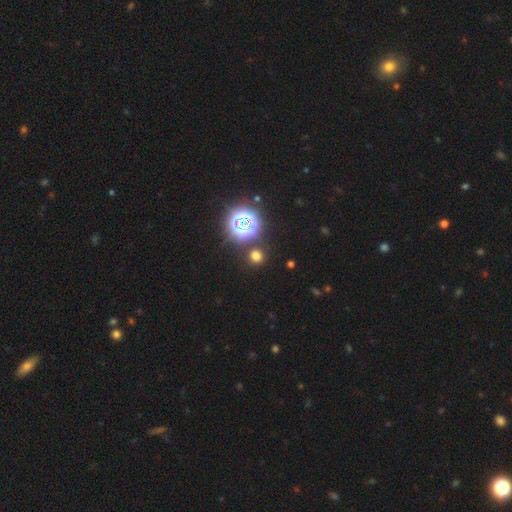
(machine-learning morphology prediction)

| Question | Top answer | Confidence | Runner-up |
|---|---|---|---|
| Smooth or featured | smooth | 59% | star or artifact (35%) |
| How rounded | round | 87% | in between (12%) |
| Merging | none | 86% | minor disturbance (7%) |